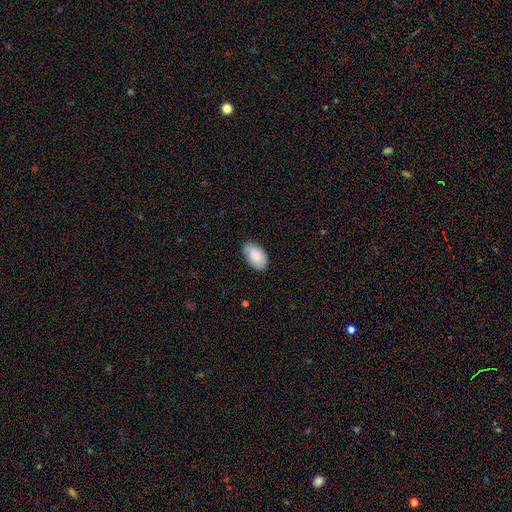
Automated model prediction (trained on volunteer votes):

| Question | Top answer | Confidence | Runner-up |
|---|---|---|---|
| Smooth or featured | smooth | 86% | featured or disk (7%) |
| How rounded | in between | 95% | round (4%) |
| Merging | none | 78% | minor disturbance (18%) |